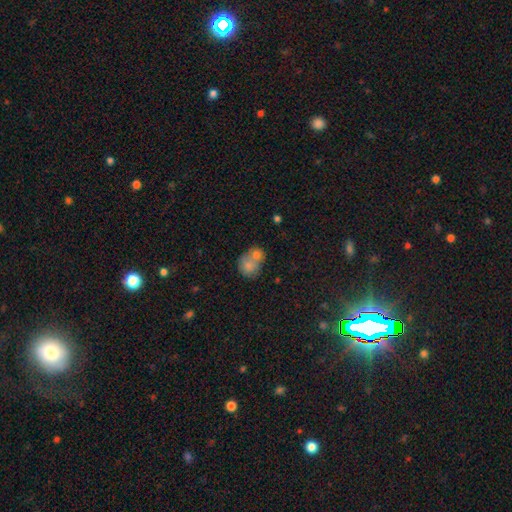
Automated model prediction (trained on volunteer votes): Q: Smooth or featured?
A: smooth (72%); runner-up: featured or disk (16%)
Q: How rounded?
A: round (66%); runner-up: in between (33%)
Q: Merging?
A: merger (57%); runner-up: none (31%)